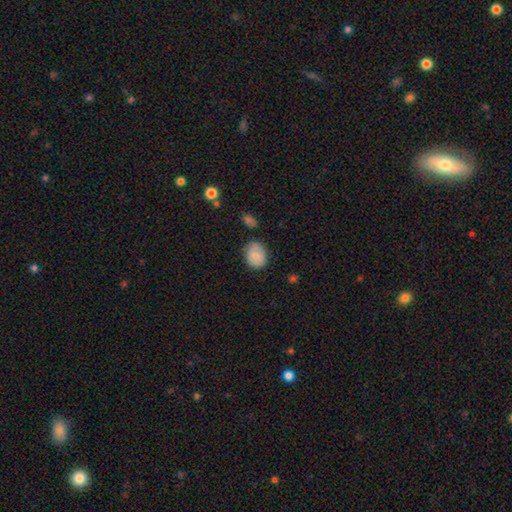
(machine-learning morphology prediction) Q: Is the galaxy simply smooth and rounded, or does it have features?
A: smooth — 78%.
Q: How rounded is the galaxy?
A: in between — 62%.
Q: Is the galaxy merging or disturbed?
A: none — 70%.